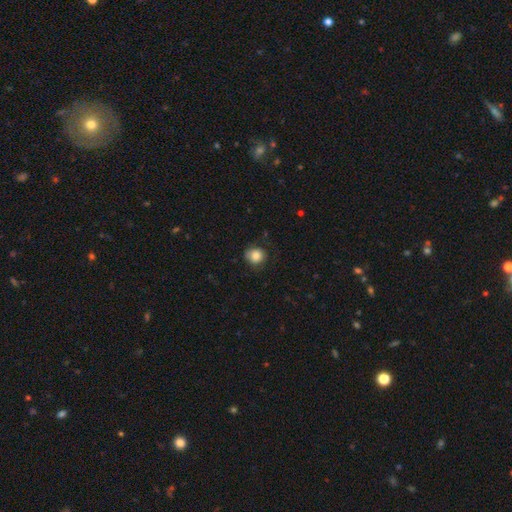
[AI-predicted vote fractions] Morphology: type=smooth (84%); roundness=round (84%); merging=none (72%).